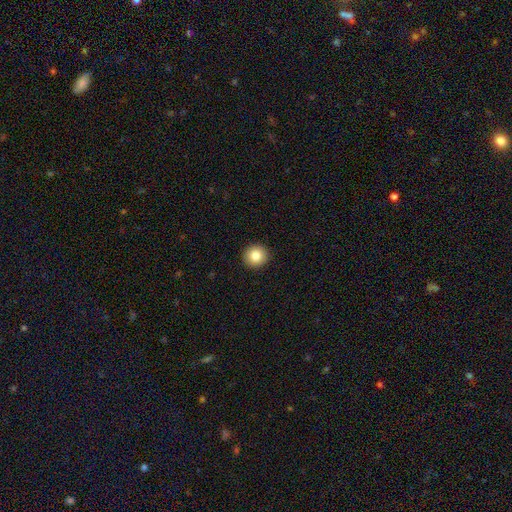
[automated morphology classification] smooth_or_featured: smooth (p=0.84) [alt: star or artifact p=0.09]
how_rounded: round (p=0.93) [alt: in between p=0.06]
merging: none (p=0.93) [alt: minor disturbance p=0.05]